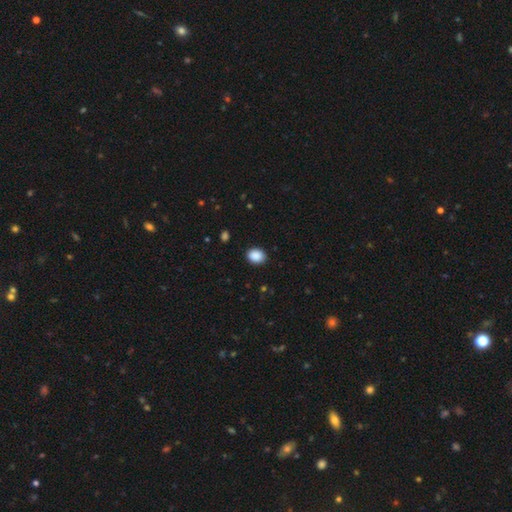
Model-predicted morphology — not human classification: type=smooth (90%); roundness=in between (54%); merging=none (90%).